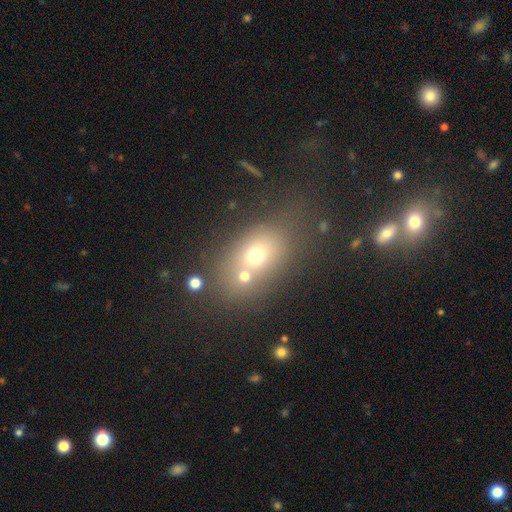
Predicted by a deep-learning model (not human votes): Smooth or featured?
  - smooth: 61% *
  - star or artifact: 20%
  - featured or disk: 19%
How rounded?
  - in between: 63% *
  - round: 35%
  - cigar-shaped: 2%
Merging?
  - none: 49% *
  - merger: 31%
  - minor disturbance: 12%
  - major disturbance: 8%